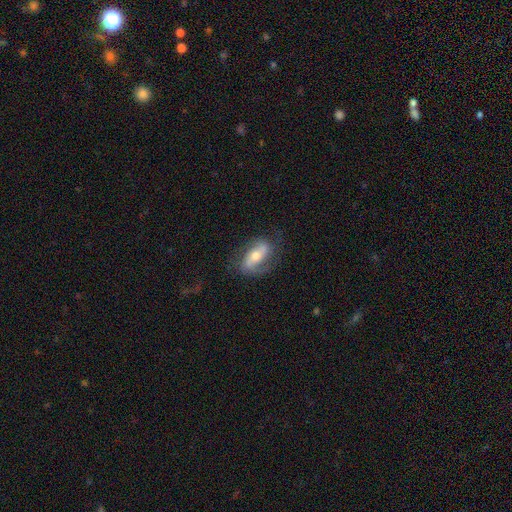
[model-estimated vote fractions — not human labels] This appears to be a featured or disk galaxy (72%) with a strong bar (34%), 2 (83%) medium (40%) spiral arms (88%) and a moderate central bulge (64%). Merging: none (70%).